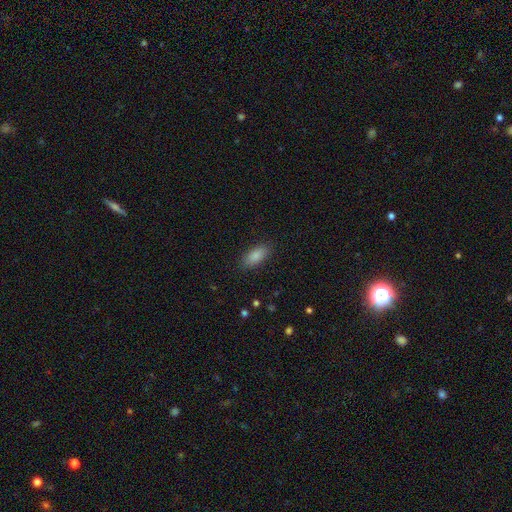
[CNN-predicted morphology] Smooth or featured: smooth — 87% (star or artifact — 7%)
How rounded: in between — 87% (cigar-shaped — 11%)
Merging: none — 88% (minor disturbance — 9%)